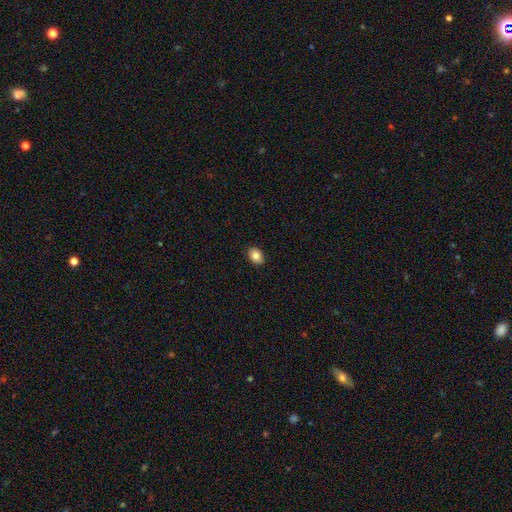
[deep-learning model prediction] Morphology: type=smooth (83%); roundness=in between (71%); merging=none (90%).